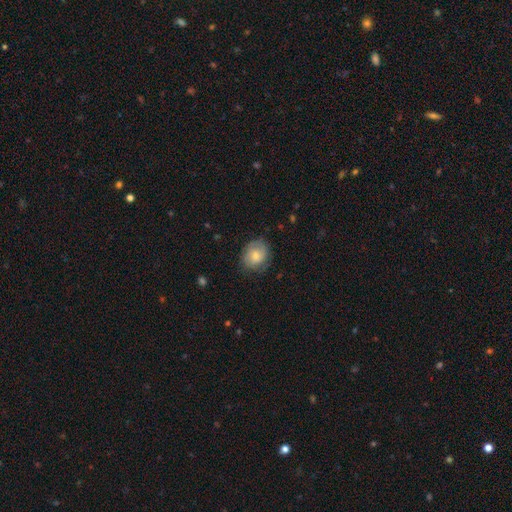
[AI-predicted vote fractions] smooth-or-featured: smooth: 63% | featured or disk: 29% | star or artifact: 7%
  how-rounded: round: 63% | in between: 37% | cigar-shaped: 1%
  merging: none: 71% | minor disturbance: 21% | major disturbance: 6% | merger: 1%